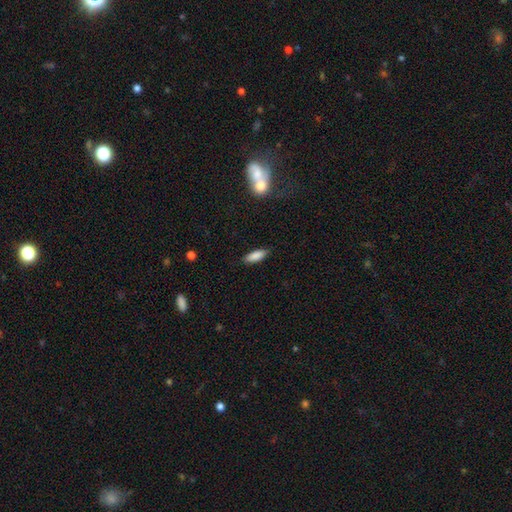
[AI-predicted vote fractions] Q: Smooth or featured?
A: smooth (86%); runner-up: featured or disk (7%)
Q: How rounded?
A: in between (63%); runner-up: cigar-shaped (35%)
Q: Merging?
A: none (86%); runner-up: minor disturbance (11%)